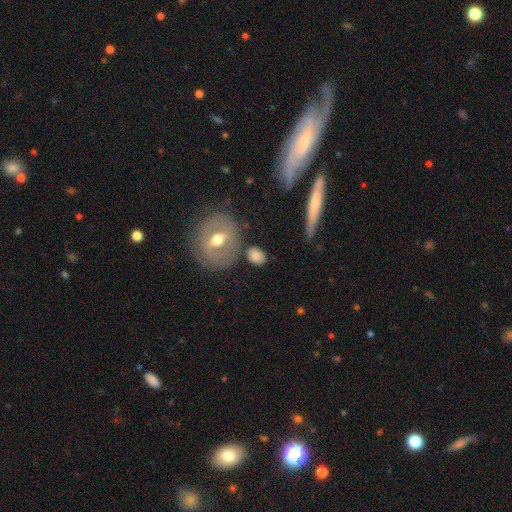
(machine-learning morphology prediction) A smooth galaxy with no disk features (76%) that is in between round and cigar-shaped (59%).

Vote fractions:
- Smooth or featured? smooth: 76% / featured or disk: 17% / star or artifact: 7%
- How rounded? in between: 59% / round: 38% / cigar-shaped: 4%
- Merging? none: 73% / minor disturbance: 14% / merger: 7% / major disturbance: 5%